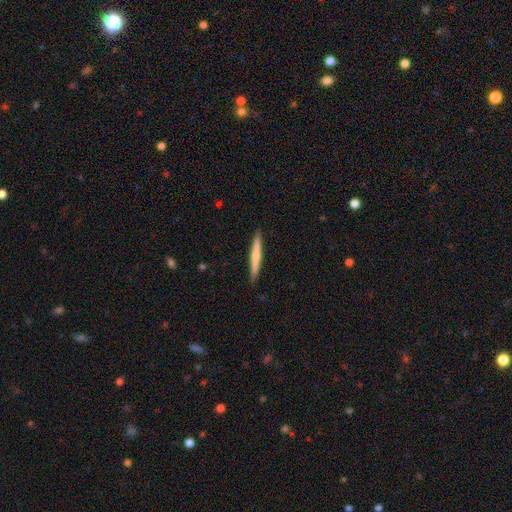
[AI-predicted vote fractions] A smooth galaxy with no disk features (49%). Merging: none (91%).